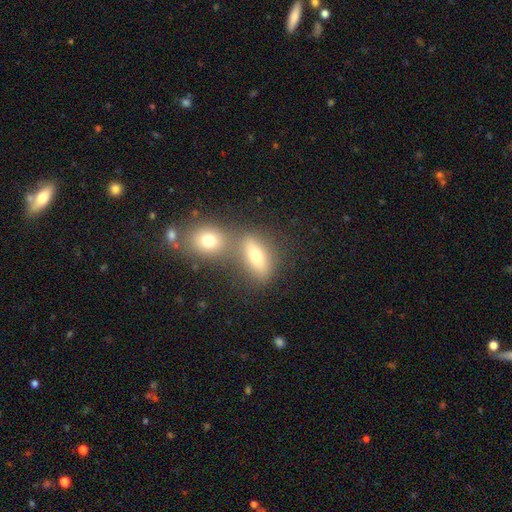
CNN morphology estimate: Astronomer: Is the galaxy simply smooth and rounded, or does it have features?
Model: smooth — 67%.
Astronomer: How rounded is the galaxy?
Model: in between — 70%.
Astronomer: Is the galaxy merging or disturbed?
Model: none — 50% (runner-up: merger, 37%).